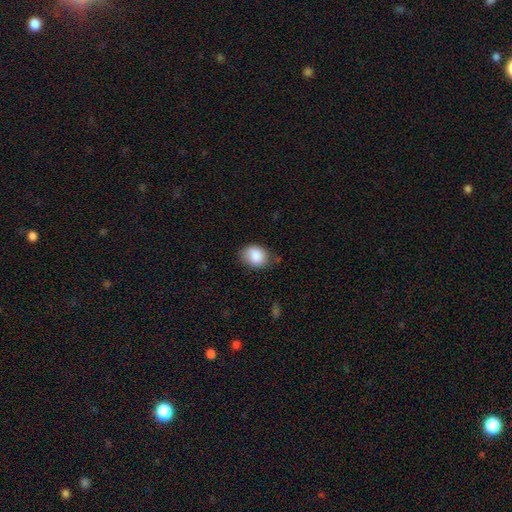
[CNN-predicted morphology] smooth_or_featured: smooth (p=0.87) [alt: star or artifact p=0.07]
how_rounded: in between (p=0.57) [alt: round p=0.42]
merging: none (p=0.72) [alt: minor disturbance p=0.22]